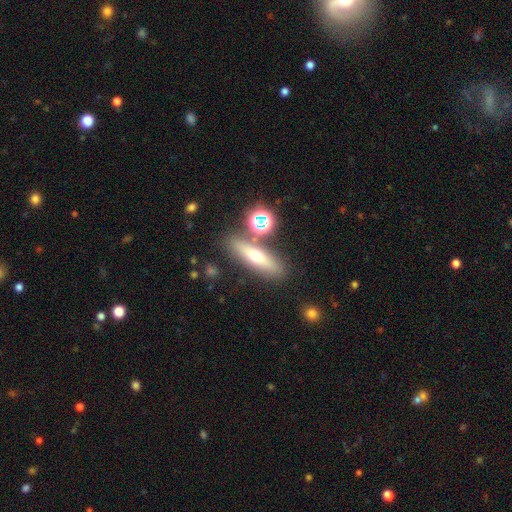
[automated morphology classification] This is possibly a smooth galaxy (48%). Merging: likely none (77%).